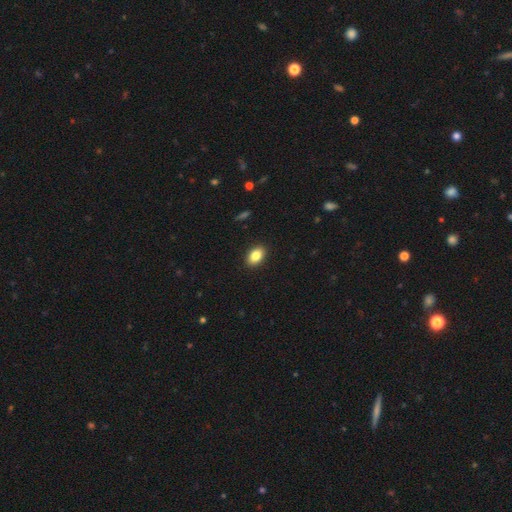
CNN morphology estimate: Smooth or featured?
  - smooth: 85% *
  - star or artifact: 8%
  - featured or disk: 7%
How rounded?
  - in between: 85% *
  - round: 14%
  - cigar-shaped: 1%
Merging?
  - none: 90% *
  - minor disturbance: 7%
  - major disturbance: 2%
  - merger: 1%